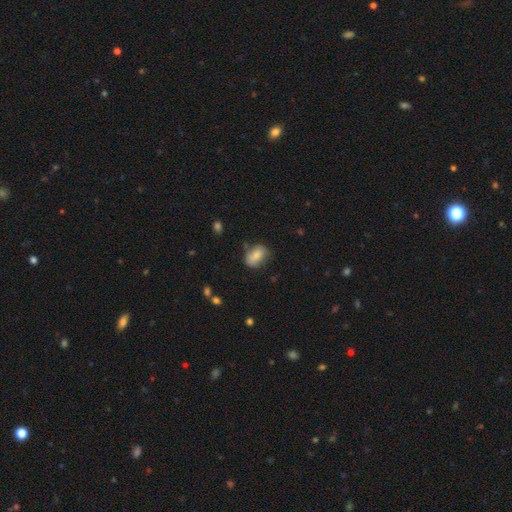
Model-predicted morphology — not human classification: Smooth or featured? Predicted: smooth (p=0.78). How rounded? Predicted: in between (p=0.83). Merging? Predicted: none (p=0.60).